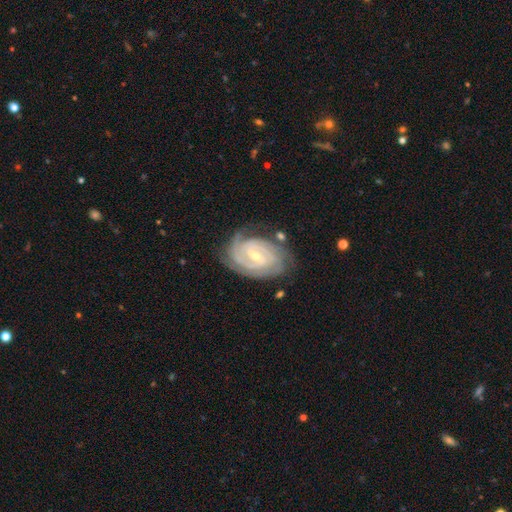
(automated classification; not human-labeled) Smooth or featured: featured or disk — 91% (star or artifact — 5%)
Edge-on disk: no — 97% (yes — 3%)
Bar: weak — 51% (strong — 29%)
Spiral arms: yes — 98% (no — 2%)
Spiral winding: tight — 77% (medium — 20%)
Spiral arm count: 2 — 38% (3 — 29%)
Bulge size: small — 63% (moderate — 34%)
Merging: none — 75% (minor disturbance — 18%)